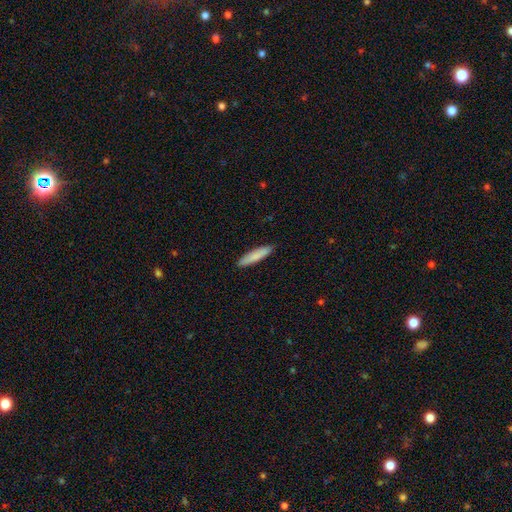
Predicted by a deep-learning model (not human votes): A smooth galaxy with no disk features (83%) that is cigar-shaped (84%).

Vote fractions:
- Smooth or featured? smooth: 83% / featured or disk: 11% / star or artifact: 5%
- How rounded? cigar-shaped: 84% / in between: 15% / round: 1%
- Merging? none: 90% / minor disturbance: 8% / major disturbance: 1% / merger: 1%